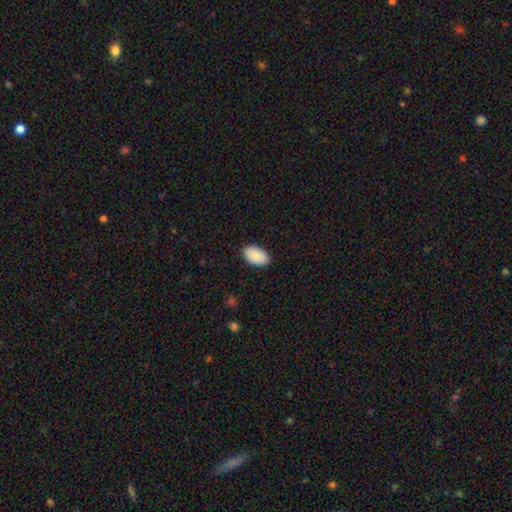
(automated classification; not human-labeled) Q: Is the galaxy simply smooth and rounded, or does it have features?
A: smooth — 90%.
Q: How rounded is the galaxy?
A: in between — 95%.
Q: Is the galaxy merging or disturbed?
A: none — 89%.